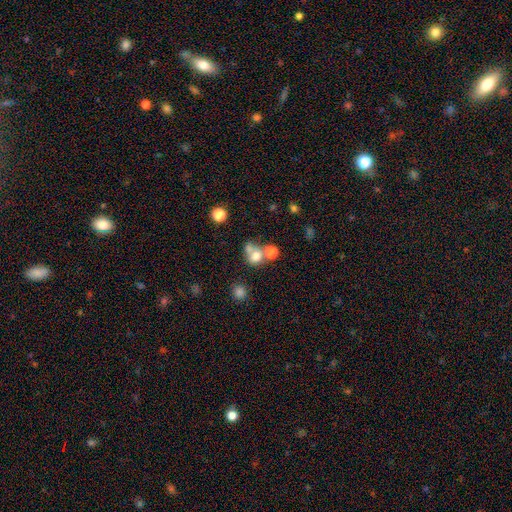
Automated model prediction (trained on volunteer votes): This is likely a smooth galaxy (71%). How rounded: likely round (77%). Merging: possibly merger (45%).